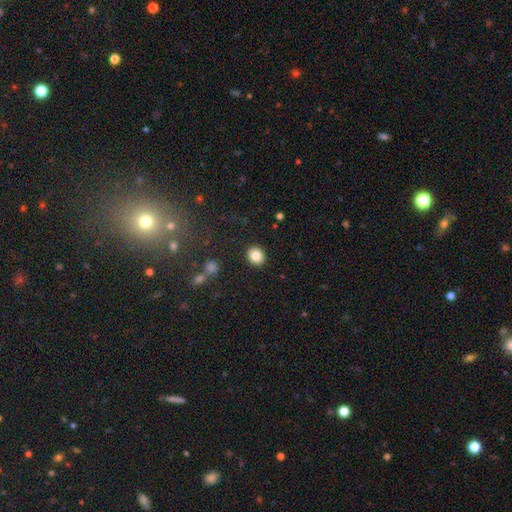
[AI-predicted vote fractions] smooth_or_featured: smooth (p=0.83) [alt: star or artifact p=0.10]
how_rounded: round (p=0.74) [alt: in between p=0.25]
merging: none (p=0.91) [alt: minor disturbance p=0.06]